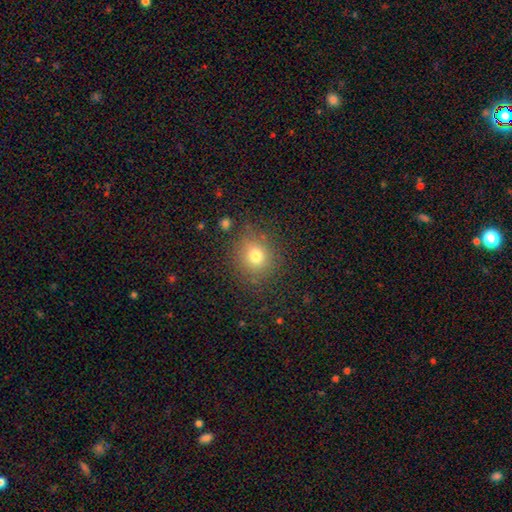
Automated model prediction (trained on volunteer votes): Smooth or featured?
  - smooth: 75% *
  - star or artifact: 15%
  - featured or disk: 10%
How rounded?
  - round: 82% *
  - in between: 17%
  - cigar-shaped: 1%
Merging?
  - none: 82% *
  - minor disturbance: 12%
  - major disturbance: 5%
  - merger: 2%